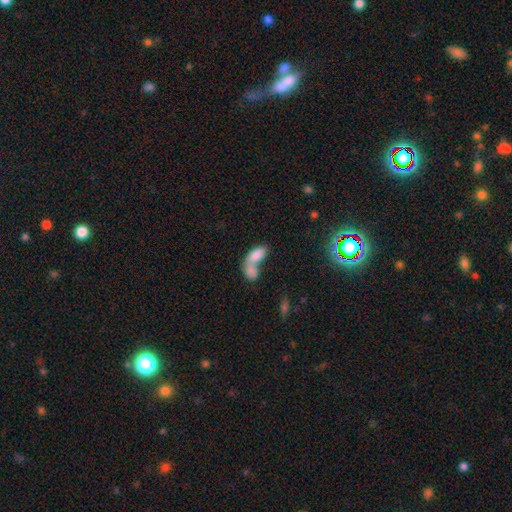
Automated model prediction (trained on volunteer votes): smooth 79%, featured or disk 13%, star or artifact 8%. Down the decision tree: how rounded — in between (89%); merging — merger (71%).